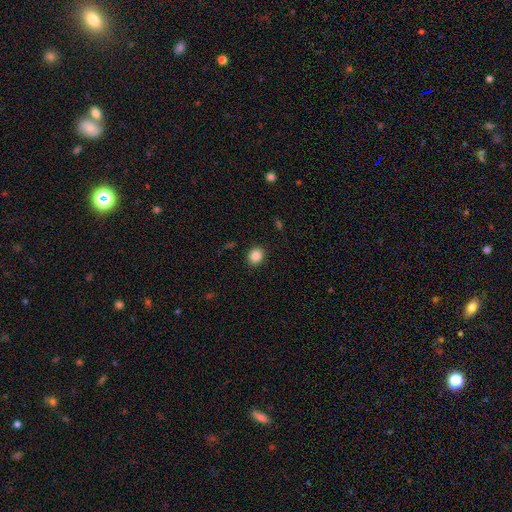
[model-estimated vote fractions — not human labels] This is clearly a smooth galaxy (86%). How rounded: likely round (68%). Merging: clearly none (90%).